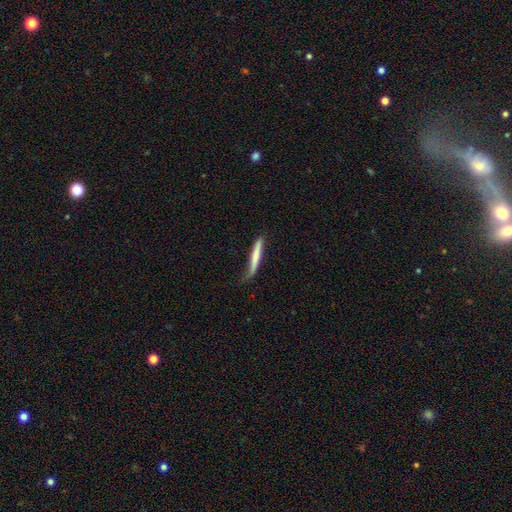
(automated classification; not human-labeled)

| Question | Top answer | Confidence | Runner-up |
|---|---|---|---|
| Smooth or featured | smooth | 66% | featured or disk (29%) |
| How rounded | cigar-shaped | 95% | in between (4%) |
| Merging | none | 52% | minor disturbance (32%) |